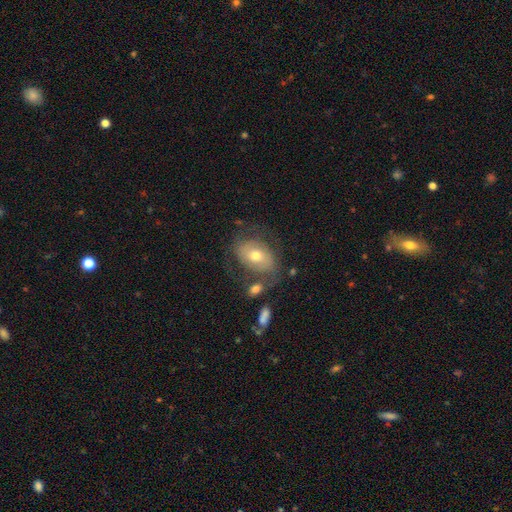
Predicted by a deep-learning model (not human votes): Smooth or featured? Predicted: featured or disk (p=0.50). Edge-on disk? Predicted: no (p=0.94). Merging? Predicted: none (p=0.56).